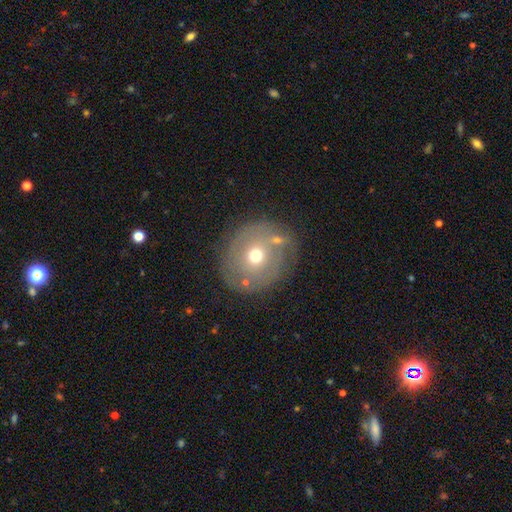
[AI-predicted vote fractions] Smooth or featured? smooth (54%)
How rounded? round (80%)
Merging? none (74%)